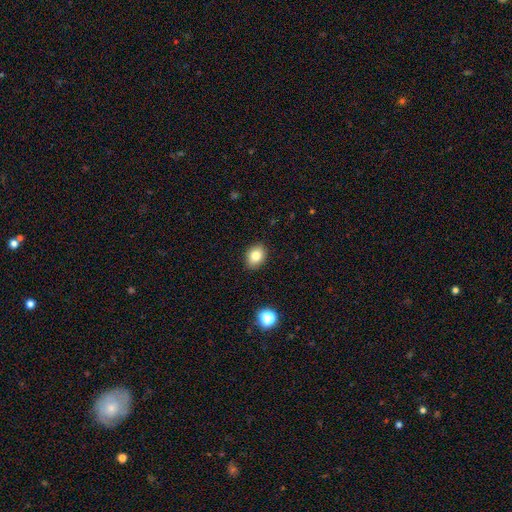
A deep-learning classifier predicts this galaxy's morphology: smooth_or_featured: smooth (p=0.82) [alt: star or artifact p=0.10]
how_rounded: in between (p=0.63) [alt: round p=0.36]
merging: none (p=0.88) [alt: minor disturbance p=0.08]